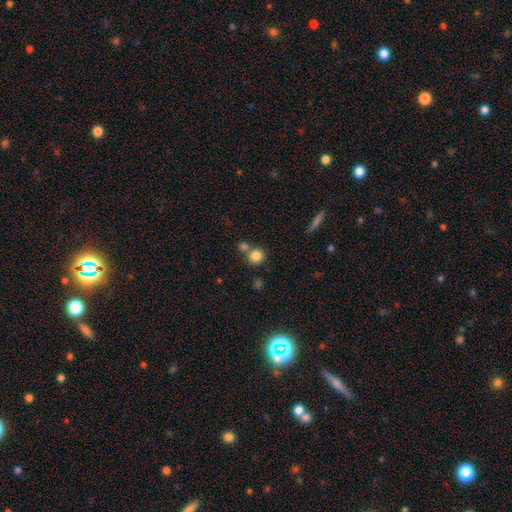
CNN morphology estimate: A smooth galaxy with no disk features (83%) that is round (88%).

Vote fractions:
- Smooth or featured? smooth: 83% / star or artifact: 11% / featured or disk: 7%
- How rounded? round: 88% / in between: 11% / cigar-shaped: 1%
- Merging? none: 59% / merger: 30% / minor disturbance: 8% / major disturbance: 3%